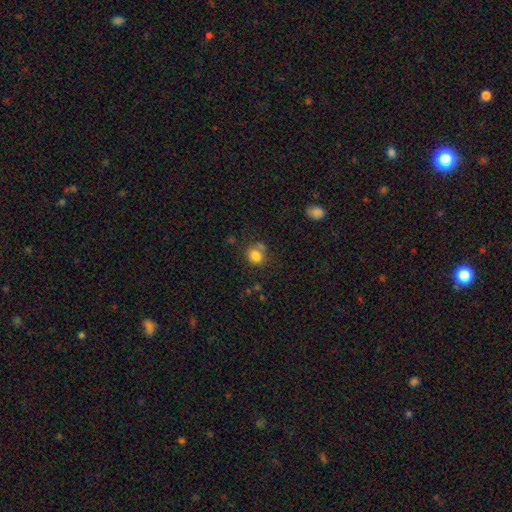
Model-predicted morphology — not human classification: This appears to be a smooth galaxy with no disk features (81%) that is round (71%). Merging: none (59%).